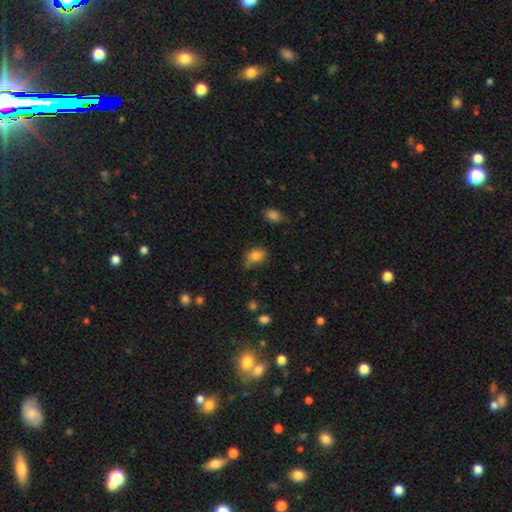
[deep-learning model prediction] smooth-or-featured: smooth: 81% | star or artifact: 10% | featured or disk: 9%
  how-rounded: in between: 79% | round: 19% | cigar-shaped: 2%
  merging: none: 54% | minor disturbance: 33% | major disturbance: 9% | merger: 3%